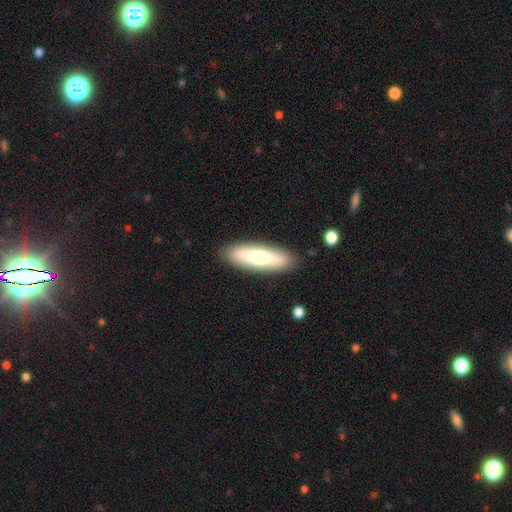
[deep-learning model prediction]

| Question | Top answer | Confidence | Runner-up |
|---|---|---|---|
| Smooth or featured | smooth | 68% | featured or disk (26%) |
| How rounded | cigar-shaped | 59% | in between (39%) |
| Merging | none | 88% | minor disturbance (9%) |